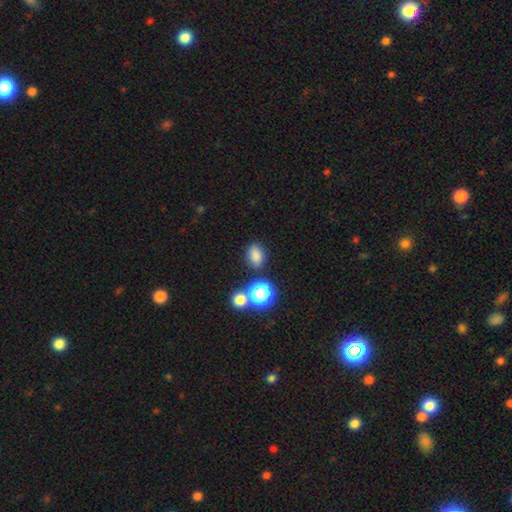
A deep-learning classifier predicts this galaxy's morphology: type=smooth (79%); roundness=in between (67%); merging=none (77%).